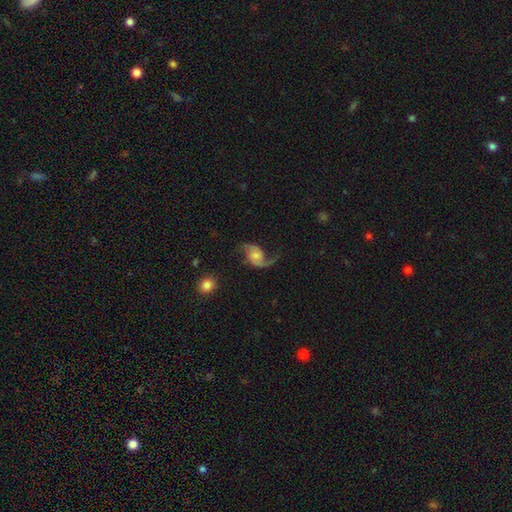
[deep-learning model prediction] Smooth or featured?
  - featured or disk: 84% *
  - smooth: 10%
  - star or artifact: 6%
Edge-on disk?
  - no: 98% *
  - yes: 2%
Bar?
  - no: 61% *
  - weak: 32%
  - strong: 7%
Spiral arms?
  - yes: 96% *
  - no: 4%
Spiral winding?
  - loose: 68% *
  - medium: 26%
  - tight: 6%
Spiral arm count?
  - 2: 82% *
  - 1: 13%
  - can't tell: 2%
  - 3: 1%
  - 4: 1%
  - more than 4: 1%
Bulge size?
  - small: 44% *
  - moderate: 34%
  - none: 13%
  - large: 7%
  - dominant: 2%
Merging?
  - none: 58% *
  - major disturbance: 21%
  - minor disturbance: 18%
  - merger: 3%